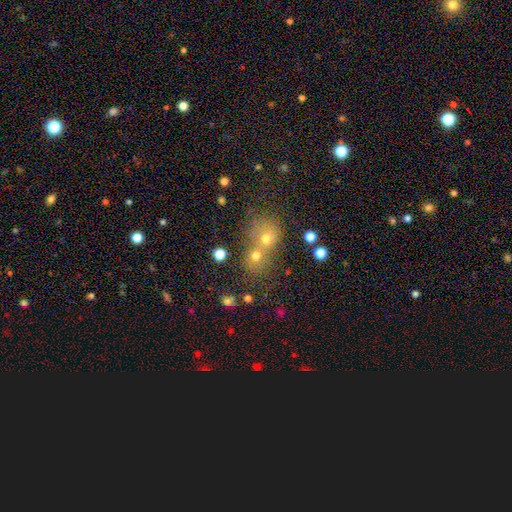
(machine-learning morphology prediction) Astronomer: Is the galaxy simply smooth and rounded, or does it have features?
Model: smooth — 68%.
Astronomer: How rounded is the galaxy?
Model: round — 76%.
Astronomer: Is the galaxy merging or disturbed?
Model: merger — 56% (runner-up: none, 33%).